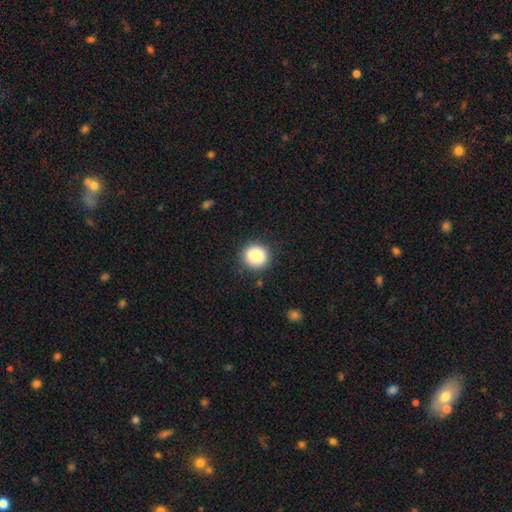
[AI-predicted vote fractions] Smooth or featured? smooth (87%)
How rounded? round (90%)
Merging? none (90%)